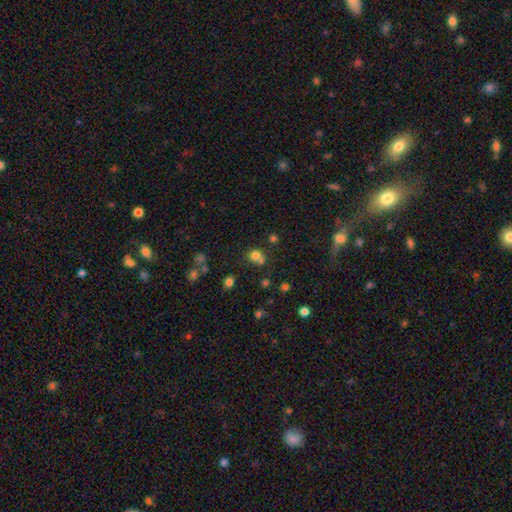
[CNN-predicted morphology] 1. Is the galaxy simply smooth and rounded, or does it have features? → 74% smooth, 17% star or artifact, 9% featured or disk.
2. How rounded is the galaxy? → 79% round, 20% in between, 1% cigar-shaped.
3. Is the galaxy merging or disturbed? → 52% none, 30% merger, 12% minor disturbance, 5% major disturbance.